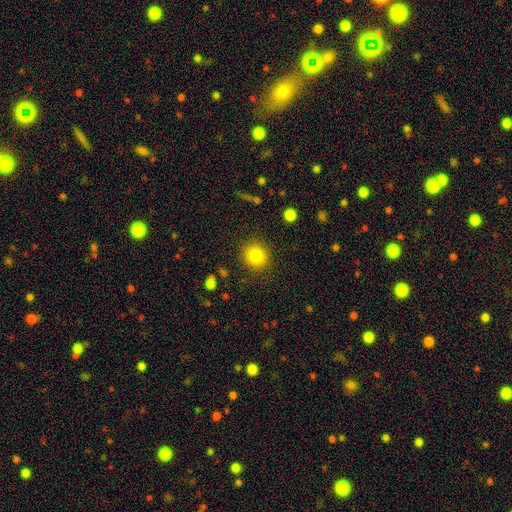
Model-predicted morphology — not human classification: A smooth galaxy with no disk features (82%) that is round (88%). Merging: none (88%).